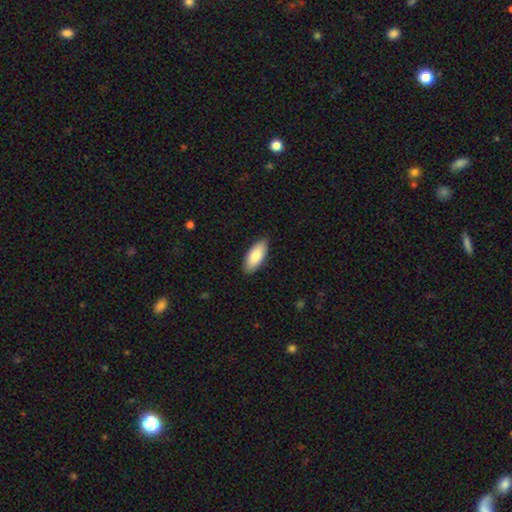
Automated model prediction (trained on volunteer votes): smooth-or-featured: smooth: 83% | featured or disk: 12% | star or artifact: 6%
  how-rounded: in between: 87% | cigar-shaped: 11% | round: 2%
  merging: none: 87% | minor disturbance: 10% | major disturbance: 2% | merger: 1%